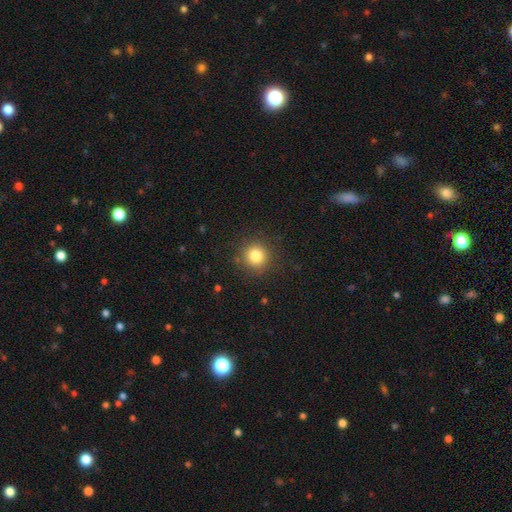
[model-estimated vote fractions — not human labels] Smooth or featured? Predicted: smooth (p=0.81). How rounded? Predicted: round (p=0.94). Merging? Predicted: none (p=0.89).